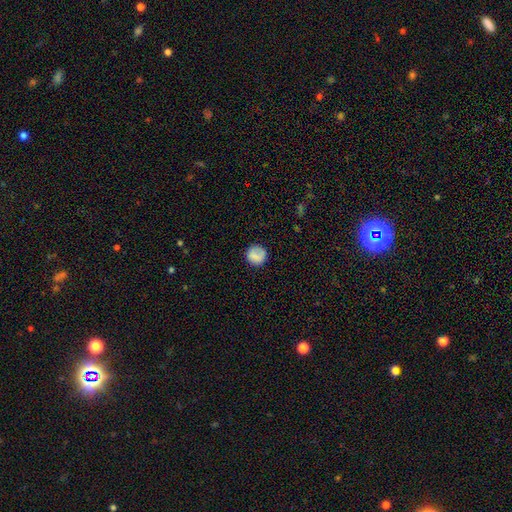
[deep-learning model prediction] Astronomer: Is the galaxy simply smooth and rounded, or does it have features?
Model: smooth — 83%.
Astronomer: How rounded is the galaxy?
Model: round — 92%.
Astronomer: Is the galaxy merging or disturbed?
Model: none — 83%.